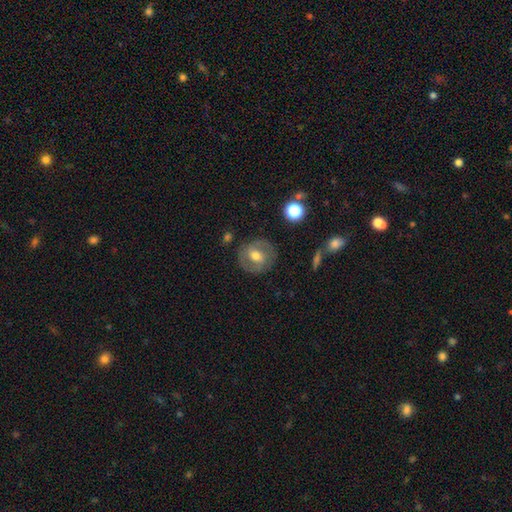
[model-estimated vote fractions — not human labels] Smooth or featured: featured or disk — 48% (smooth — 44%)
Merging: none — 81% (minor disturbance — 12%)